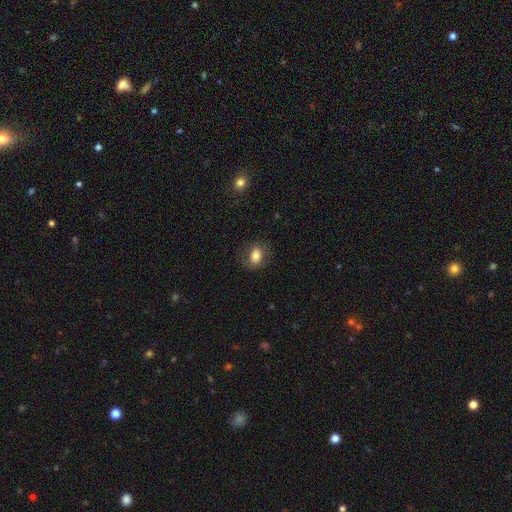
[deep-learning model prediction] Smooth or featured? smooth (76%)
How rounded? in between (72%)
Merging? none (75%)